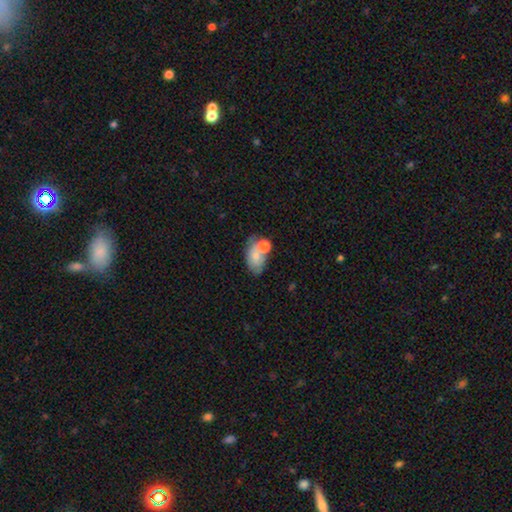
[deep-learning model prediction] This appears to be a smooth galaxy with no disk features (72%) that is in between round and cigar-shaped (87%). Merging: none (41%).